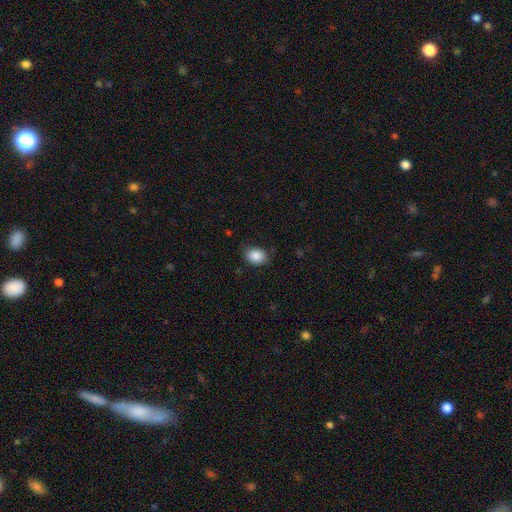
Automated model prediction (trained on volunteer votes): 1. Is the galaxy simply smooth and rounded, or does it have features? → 87% smooth, 8% star or artifact, 4% featured or disk.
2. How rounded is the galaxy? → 61% in between, 38% round, 1% cigar-shaped.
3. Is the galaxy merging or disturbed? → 82% none, 14% minor disturbance, 3% major disturbance, 1% merger.